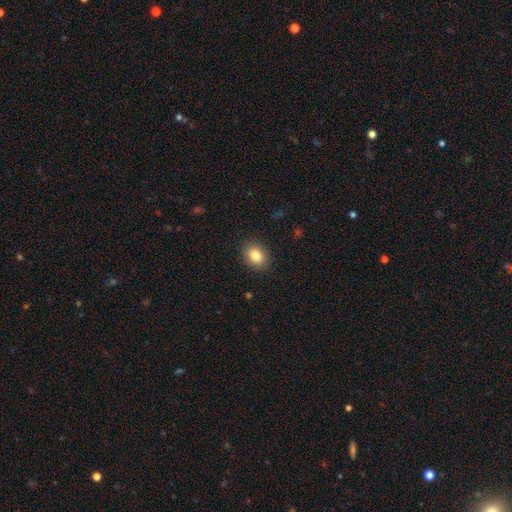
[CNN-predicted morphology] This appears to be a smooth galaxy with no disk features (83%) that is in between round and cigar-shaped (56%). Merging: none (89%).